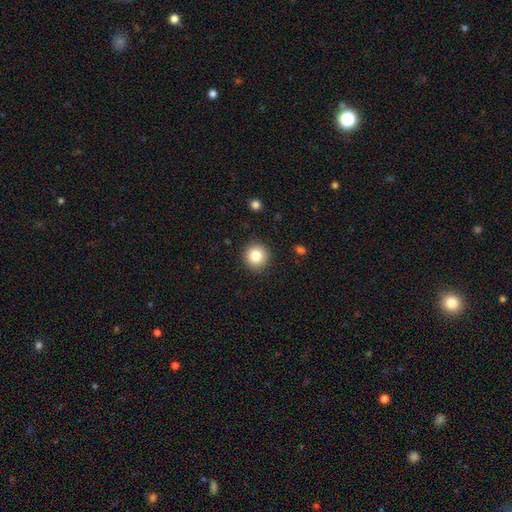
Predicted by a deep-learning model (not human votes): This appears to be a smooth galaxy with no disk features (82%) that is round (94%). Merging: none (91%).